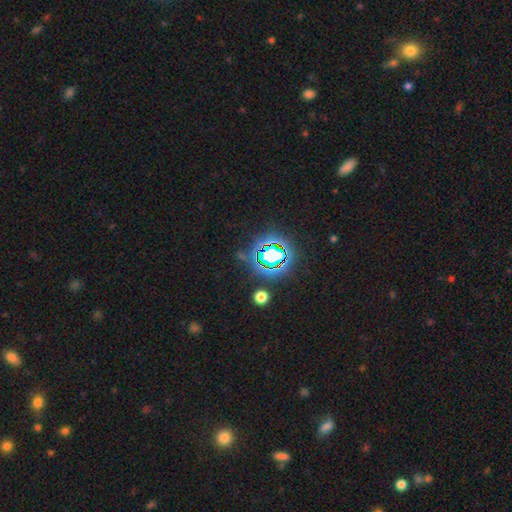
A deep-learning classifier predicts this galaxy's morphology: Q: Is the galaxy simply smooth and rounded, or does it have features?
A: star or artifact — 81%.